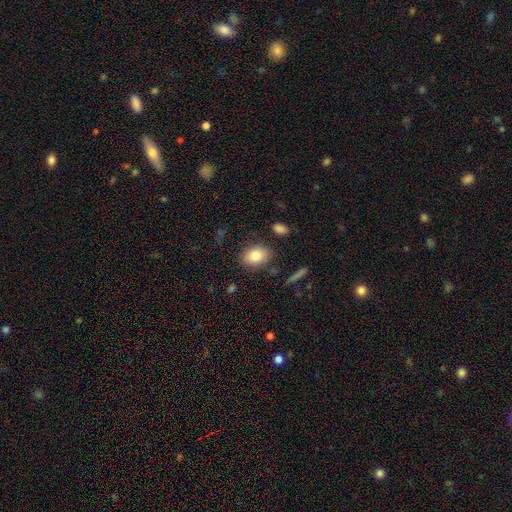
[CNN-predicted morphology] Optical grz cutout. It shows a smooth galaxy with no disk features (81%) that is in between round and cigar-shaped (71%). Merging: none (83%).